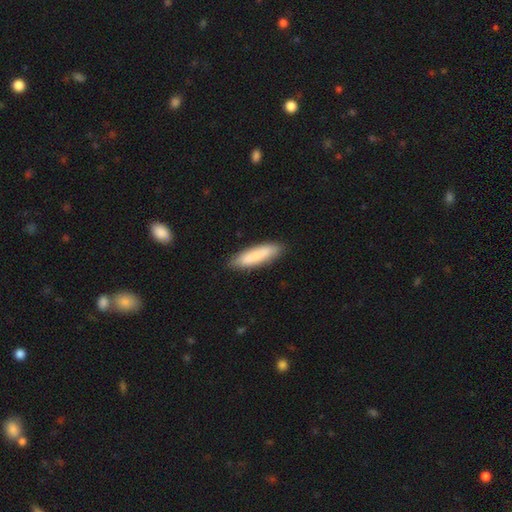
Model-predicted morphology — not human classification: Smooth or featured? smooth (83%)
How rounded? cigar-shaped (66%)
Merging? none (87%)